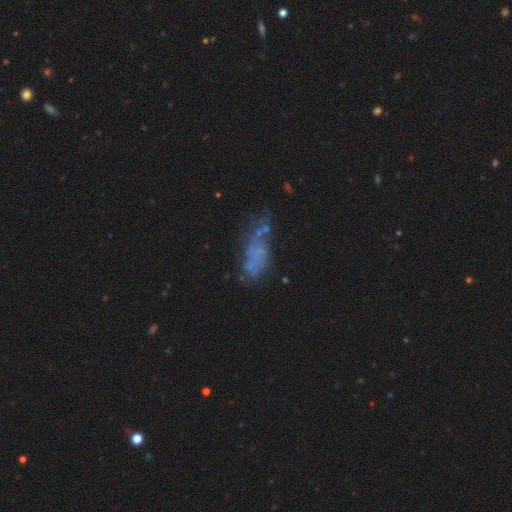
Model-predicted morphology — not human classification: Smooth or featured? smooth (42%)
Merging? none (38%)